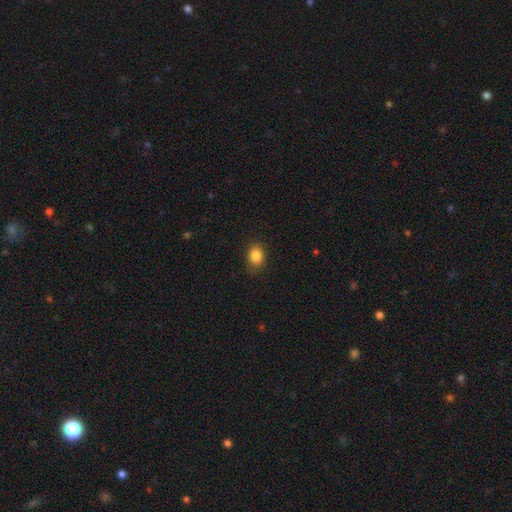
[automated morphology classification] Q: Smooth or featured?
A: smooth (85%); runner-up: star or artifact (10%)
Q: How rounded?
A: in between (58%); runner-up: round (41%)
Q: Merging?
A: none (86%); runner-up: minor disturbance (10%)